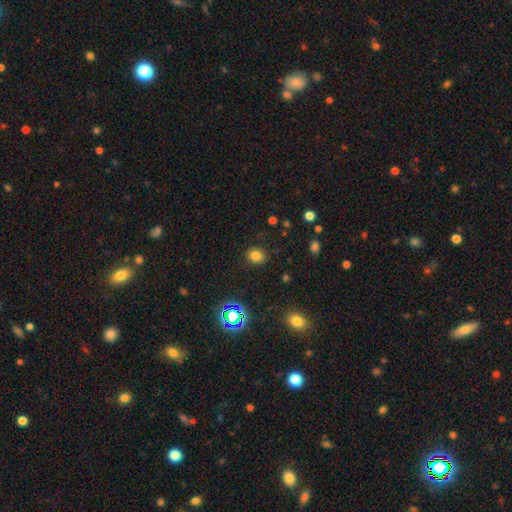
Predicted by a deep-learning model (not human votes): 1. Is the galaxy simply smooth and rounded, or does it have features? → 77% smooth, 17% star or artifact, 6% featured or disk.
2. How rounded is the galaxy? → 66% round, 33% in between, 1% cigar-shaped.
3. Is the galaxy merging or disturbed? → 87% none, 9% minor disturbance, 3% major disturbance, 1% merger.